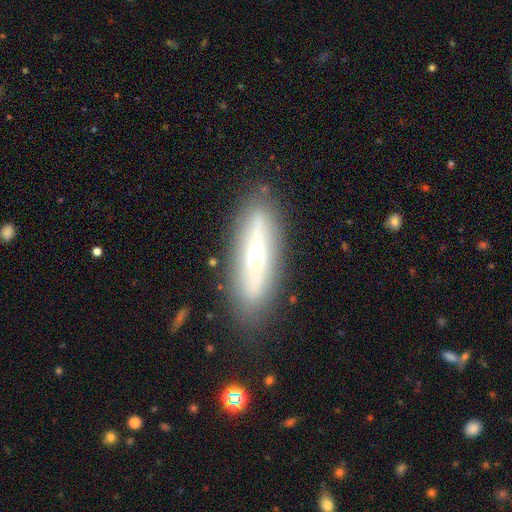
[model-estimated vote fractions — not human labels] This is possibly a featured or disk galaxy (52%). It is likely viewed edge-on (69%). Merging: clearly none (82%).